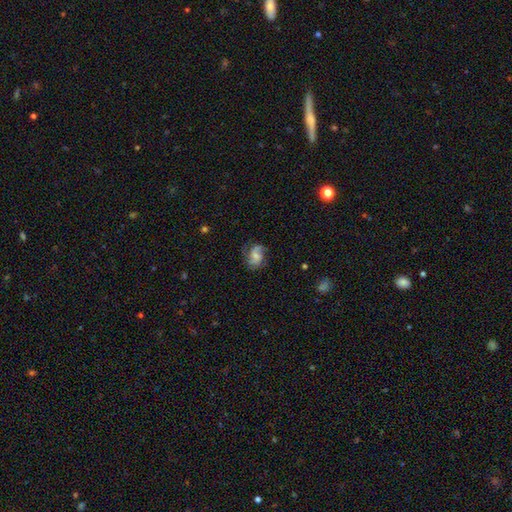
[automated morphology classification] Overall: featured or disk (51%; smooth 40%). Edge-on disk: no (97%). Merging: none (60%; minor disturbance 24%).